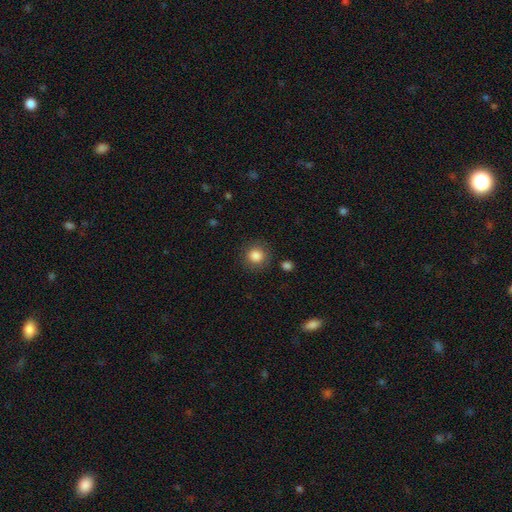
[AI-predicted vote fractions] A smooth galaxy with no disk features (85%) that is round (89%). Merging: none (85%).